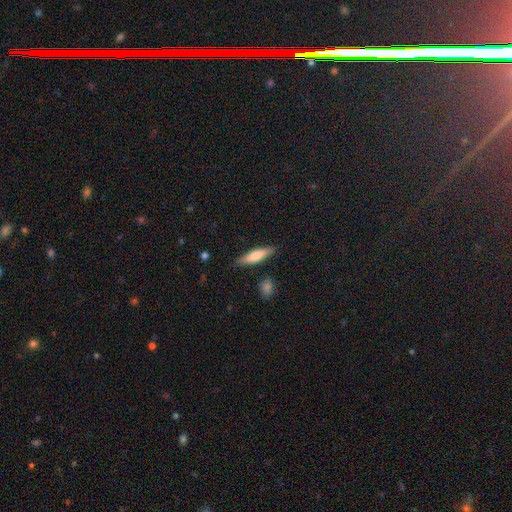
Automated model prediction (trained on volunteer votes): Morphology: type=smooth (70%); roundness=cigar-shaped (74%); merging=none (84%).